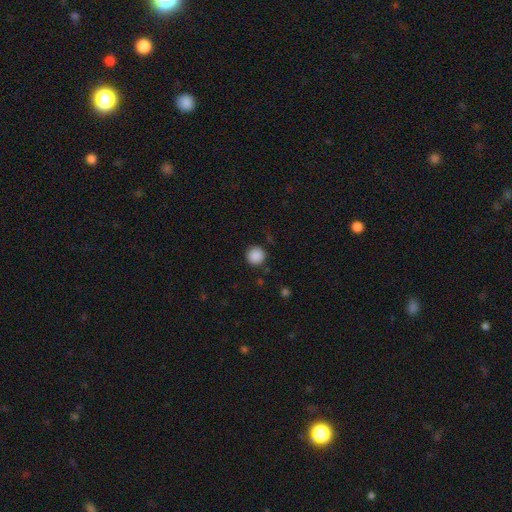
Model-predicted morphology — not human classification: The model was most divided on "smooth or featured": smooth: 88%, star or artifact: 9%, featured or disk: 2%. More confident: how rounded — round (95%); merging — none (90%).